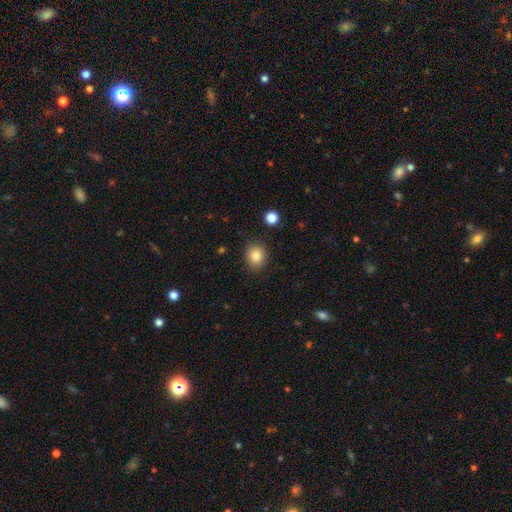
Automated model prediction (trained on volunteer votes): Smooth or featured? smooth (85%)
How rounded? round (64%)
Merging? none (87%)